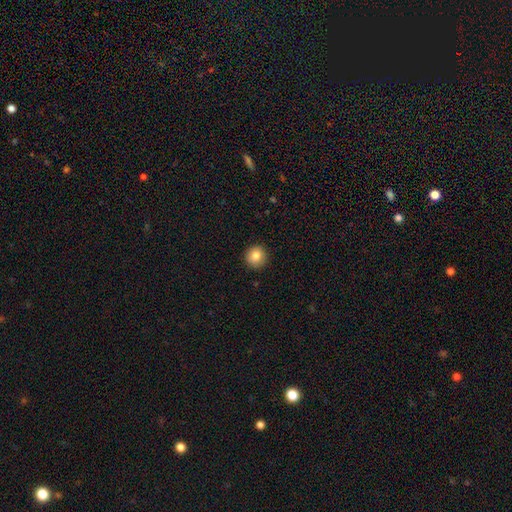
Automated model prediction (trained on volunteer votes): Smooth or featured? smooth (83%)
How rounded? round (94%)
Merging? none (92%)